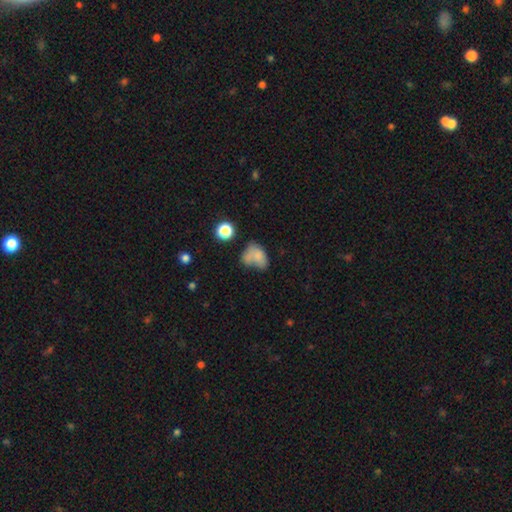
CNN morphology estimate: type=smooth (71%); roundness=in between (73%); merging=merger (30%).